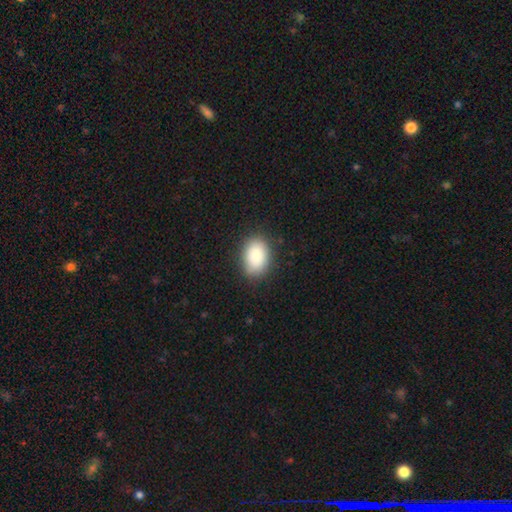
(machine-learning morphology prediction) The model was most divided on "how rounded": in between: 81%, round: 18%, cigar-shaped: 1%. More confident: smooth or featured — smooth (86%); merging — none (84%).